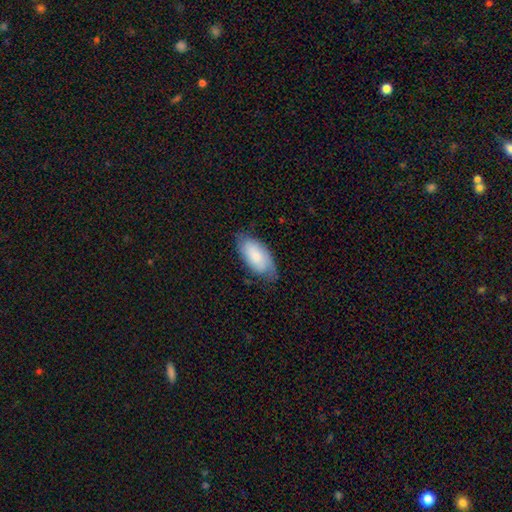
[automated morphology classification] A smooth galaxy with no disk features (67%) that is in between round and cigar-shaped (92%).

Vote fractions:
- Smooth or featured? smooth: 67% / featured or disk: 27% / star or artifact: 6%
- How rounded? in between: 92% / cigar-shaped: 6% / round: 2%
- Merging? none: 67% / minor disturbance: 26% / major disturbance: 6% / merger: 1%